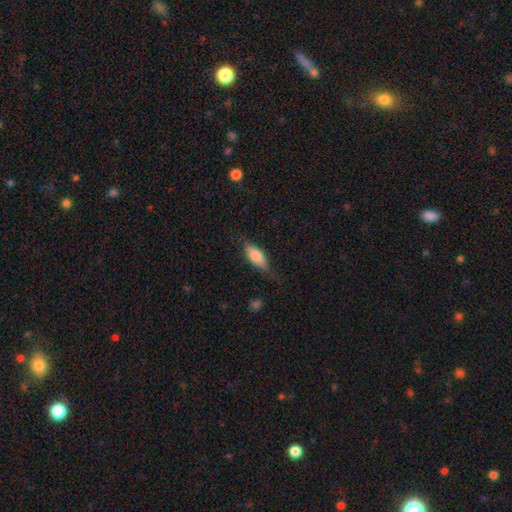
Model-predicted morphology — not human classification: This appears to be a smooth galaxy with no disk features (71%) that is in between round and cigar-shaped (72%). Merging: none (65%).